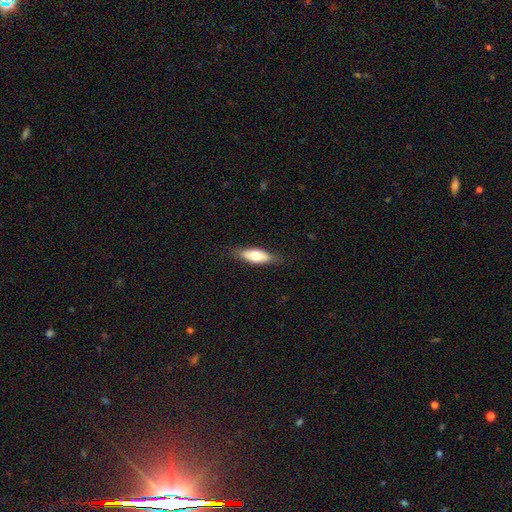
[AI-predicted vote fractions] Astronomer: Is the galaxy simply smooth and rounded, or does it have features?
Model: smooth — 63%.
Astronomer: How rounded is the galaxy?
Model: in between — 68%.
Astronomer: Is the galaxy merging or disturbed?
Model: none — 81%.